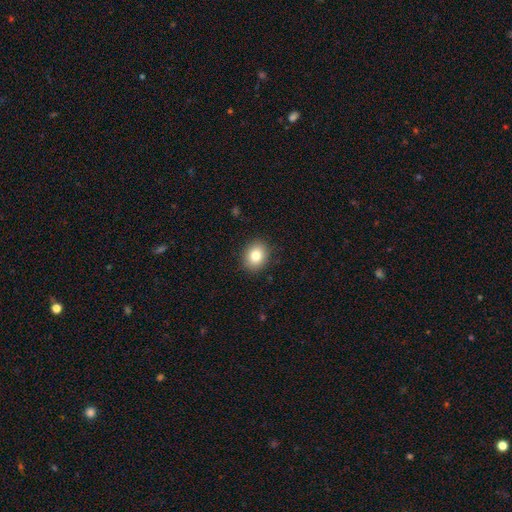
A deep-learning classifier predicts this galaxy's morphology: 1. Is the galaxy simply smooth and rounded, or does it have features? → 82% smooth, 10% star or artifact, 8% featured or disk.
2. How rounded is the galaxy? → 55% round, 44% in between, 1% cigar-shaped.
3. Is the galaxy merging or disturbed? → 89% none, 7% minor disturbance, 2% major disturbance, 1% merger.